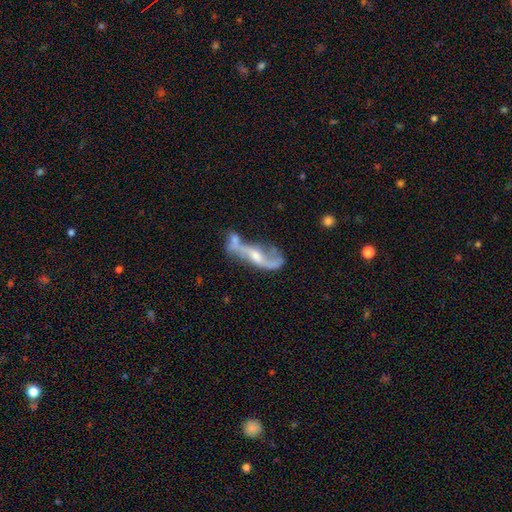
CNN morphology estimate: Overall: featured or disk (81%). Edge-on disk: no (83%). Bar: no (48%; weak 35%). Spiral arms: yes (85%). Spiral arm count: 2 (82%). Spiral winding: loose (79%). Bulge size: moderate (48%; small 40%). Merging: merger (36%; none 30%).